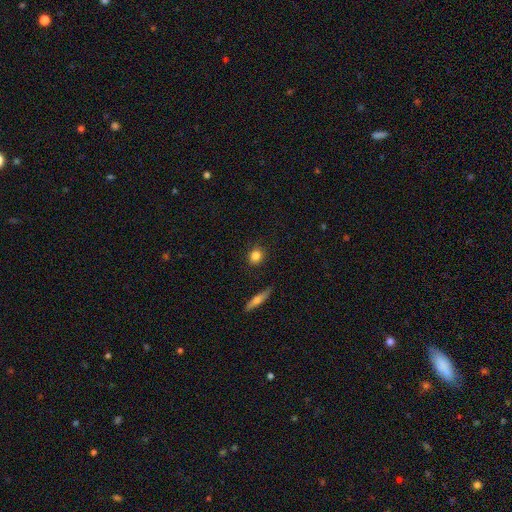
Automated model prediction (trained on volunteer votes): A smooth galaxy with no disk features (83%) that is round (78%).

Vote fractions:
- Smooth or featured? smooth: 83% / star or artifact: 9% / featured or disk: 8%
- How rounded? round: 78% / in between: 19% / cigar-shaped: 3%
- Merging? none: 89% / minor disturbance: 8% / major disturbance: 2% / merger: 2%